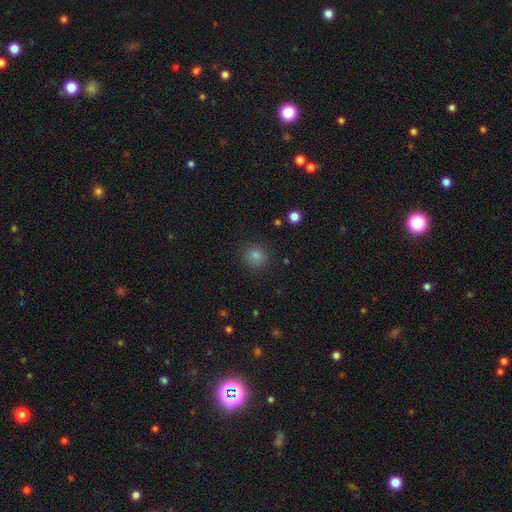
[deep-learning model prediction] Q: Smooth or featured?
A: smooth (80%); runner-up: star or artifact (15%)
Q: How rounded?
A: round (89%); runner-up: in between (10%)
Q: Merging?
A: none (90%); runner-up: minor disturbance (7%)